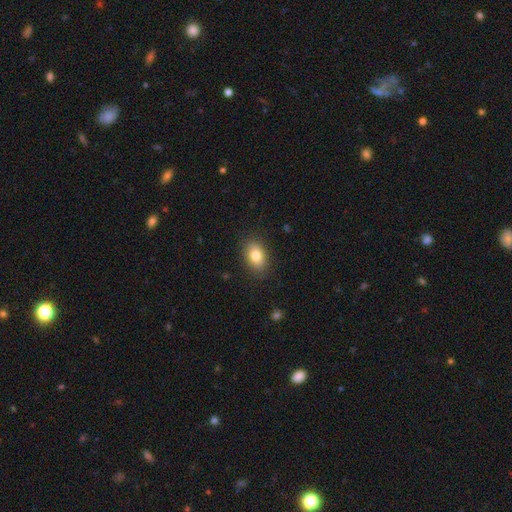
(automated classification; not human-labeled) smooth_or_featured: smooth (p=0.81) [alt: featured or disk p=0.11]
how_rounded: in between (p=0.82) [alt: round p=0.17]
merging: none (p=0.86) [alt: minor disturbance p=0.10]